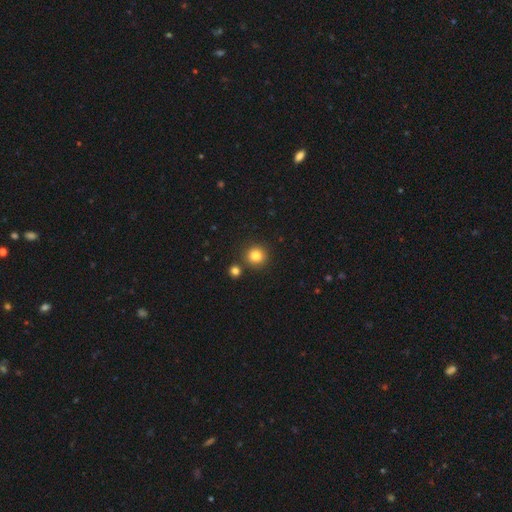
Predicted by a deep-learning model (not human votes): The model was most divided on "smooth or featured": smooth: 83%, star or artifact: 11%, featured or disk: 6%. More confident: how rounded — round (92%); merging — none (84%).